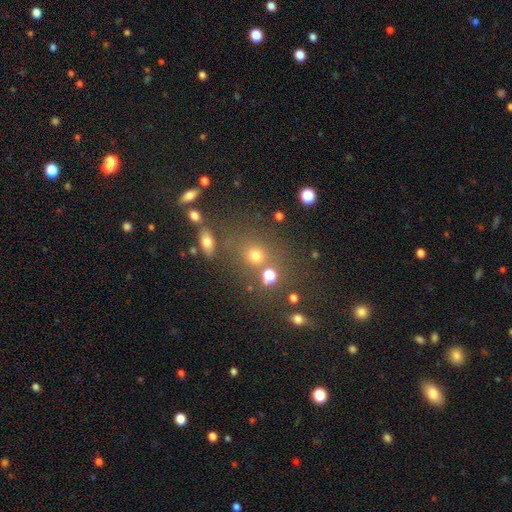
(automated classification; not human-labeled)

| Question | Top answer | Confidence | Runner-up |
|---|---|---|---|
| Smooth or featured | smooth | 66% | star or artifact (22%) |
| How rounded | round | 80% | in between (18%) |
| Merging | none | 64% | merger (19%) |